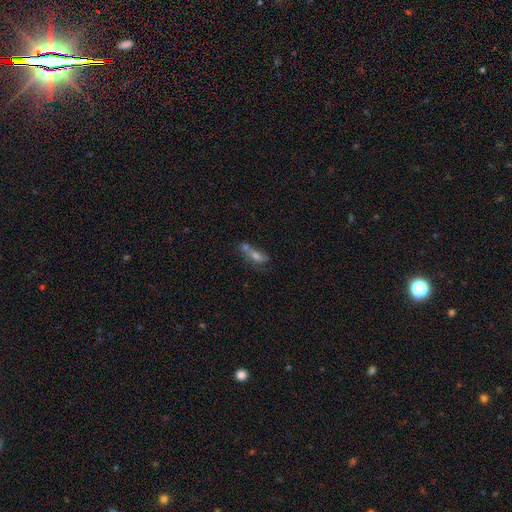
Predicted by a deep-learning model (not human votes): smooth 54%, featured or disk 31%, star or artifact 15%. Down the decision tree: how rounded — in between (68%); merging — merger (47%).